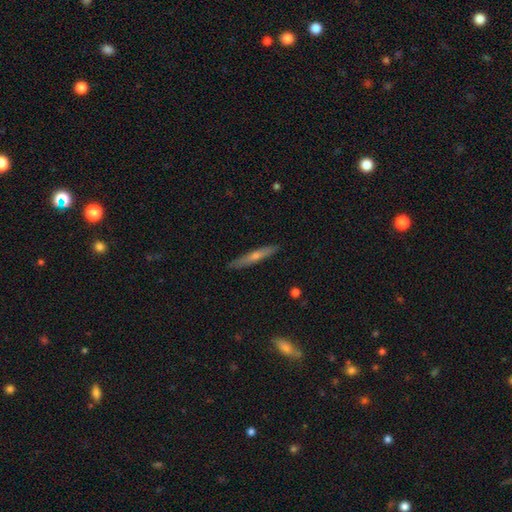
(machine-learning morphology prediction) Overall: featured or disk (55%; smooth 38%). Edge-on disk: yes (94%). Edge-on bulge: rounded (74%). Merging: none (90%).